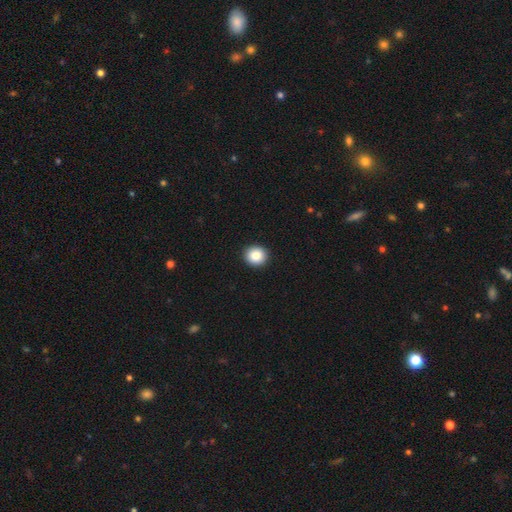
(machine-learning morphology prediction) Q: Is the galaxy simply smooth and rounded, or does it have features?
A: smooth — 88%.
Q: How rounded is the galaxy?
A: round — 88%.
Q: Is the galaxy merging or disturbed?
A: none — 93%.